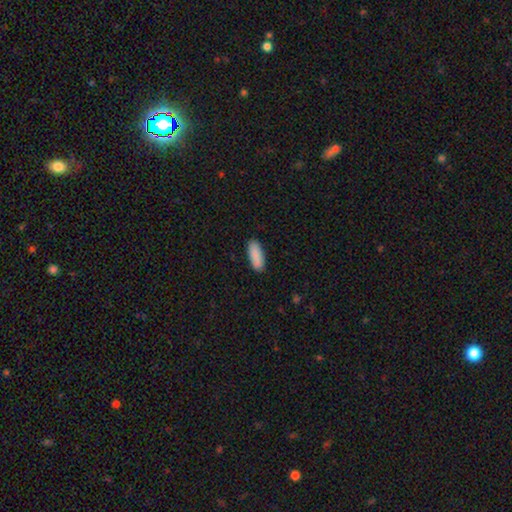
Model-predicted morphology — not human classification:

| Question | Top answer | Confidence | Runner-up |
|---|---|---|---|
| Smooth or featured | smooth | 91% | star or artifact (6%) |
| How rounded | in between | 75% | cigar-shaped (23%) |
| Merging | none | 89% | minor disturbance (8%) |